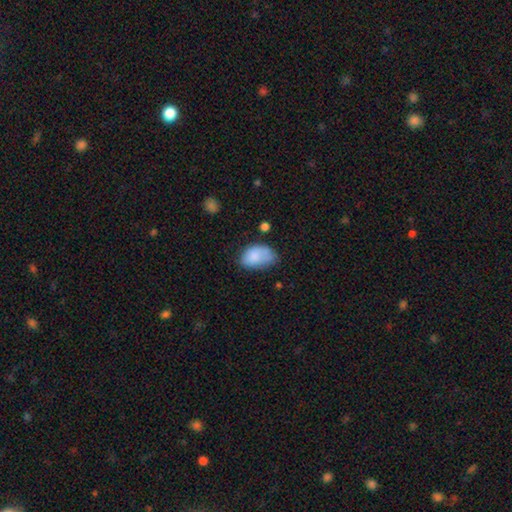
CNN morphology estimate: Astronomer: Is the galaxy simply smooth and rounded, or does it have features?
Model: smooth — 80%.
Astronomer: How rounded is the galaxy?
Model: in between — 89%.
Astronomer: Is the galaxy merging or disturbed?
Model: none — 45% (runner-up: minor disturbance, 36%).